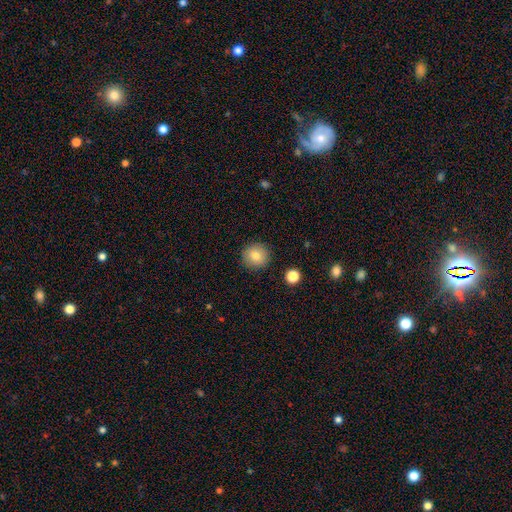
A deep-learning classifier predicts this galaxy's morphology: A smooth galaxy with no disk features (82%) that is round (92%).

Vote fractions:
- Smooth or featured? smooth: 82% / star or artifact: 9% / featured or disk: 9%
- How rounded? round: 92% / in between: 7% / cigar-shaped: 1%
- Merging? none: 90% / minor disturbance: 6% / major disturbance: 2% / merger: 1%